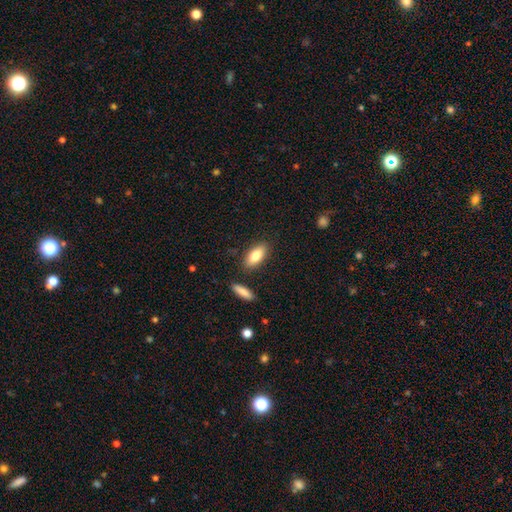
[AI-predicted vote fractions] Q: Smooth or featured?
A: smooth (80%); runner-up: featured or disk (13%)
Q: How rounded?
A: in between (83%); runner-up: cigar-shaped (14%)
Q: Merging?
A: none (84%); runner-up: minor disturbance (10%)